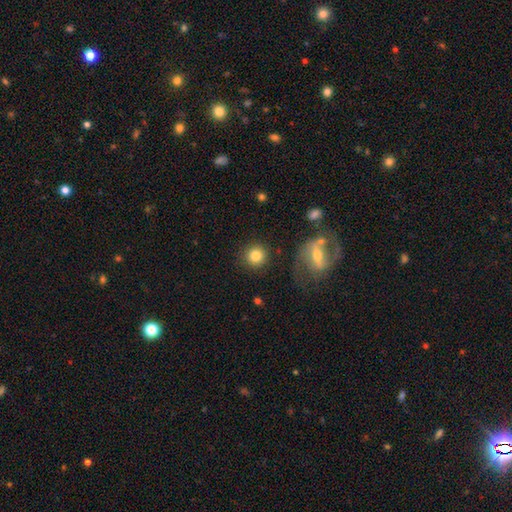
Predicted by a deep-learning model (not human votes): A smooth galaxy with no disk features (82%) that is round (93%). Merging: none (87%).